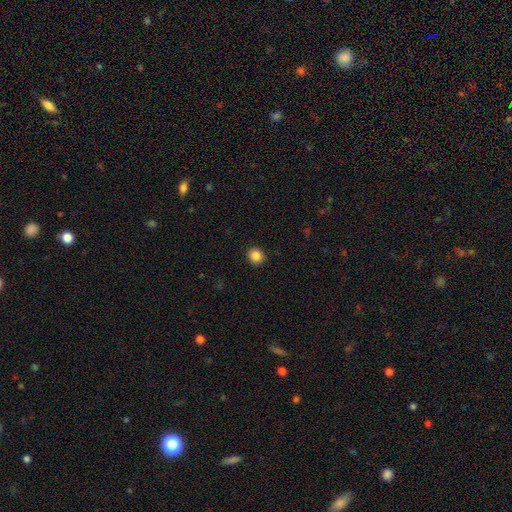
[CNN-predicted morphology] smooth_or_featured: smooth (p=0.86) [alt: star or artifact p=0.10]
how_rounded: round (p=0.89) [alt: in between p=0.10]
merging: none (p=0.92) [alt: minor disturbance p=0.05]